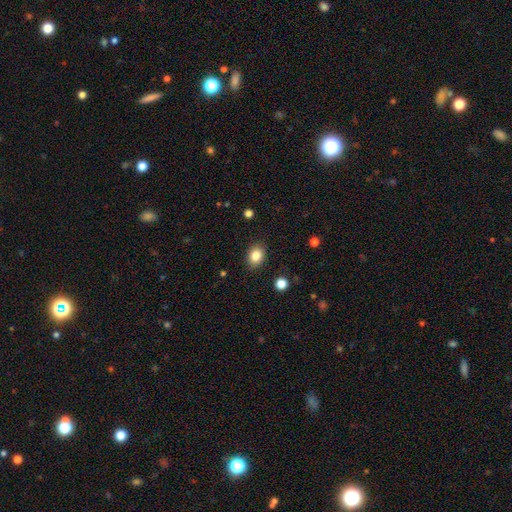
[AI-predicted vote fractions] Morphology: type=smooth (84%); roundness=in between (56%); merging=none (88%).